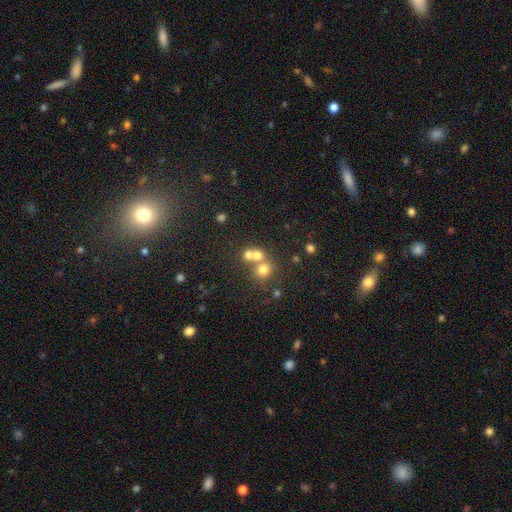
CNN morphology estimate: This appears to be a smooth galaxy with no disk features (59%) that is round (82%). Merging: merger (46%).